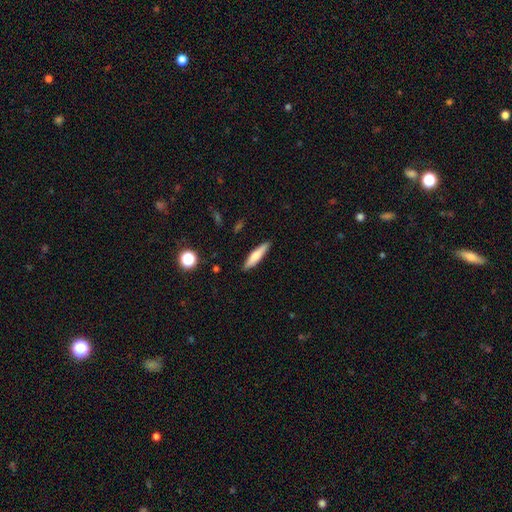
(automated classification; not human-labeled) Smooth or featured?
  - smooth: 70% *
  - featured or disk: 24%
  - star or artifact: 6%
How rounded?
  - cigar-shaped: 80% *
  - in between: 19%
  - round: 2%
Merging?
  - none: 88% *
  - minor disturbance: 9%
  - major disturbance: 2%
  - merger: 1%